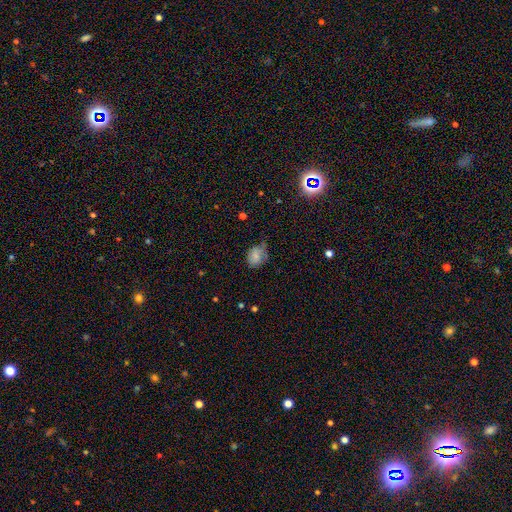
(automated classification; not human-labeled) smooth_or_featured: smooth (p=0.72) [alt: featured or disk p=0.17]
how_rounded: in between (p=0.55) [alt: round p=0.44]
merging: none (p=0.47) [alt: minor disturbance p=0.36]